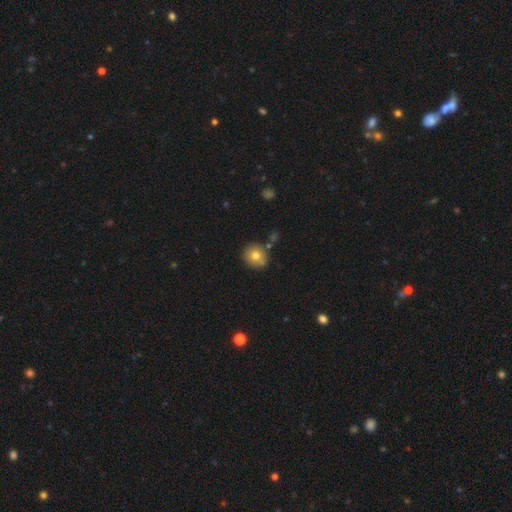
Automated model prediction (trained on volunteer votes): Smooth or featured?
  - smooth: 75% *
  - featured or disk: 14%
  - star or artifact: 11%
How rounded?
  - round: 88% *
  - in between: 11%
  - cigar-shaped: 1%
Merging?
  - none: 76% *
  - minor disturbance: 12%
  - merger: 9%
  - major disturbance: 3%